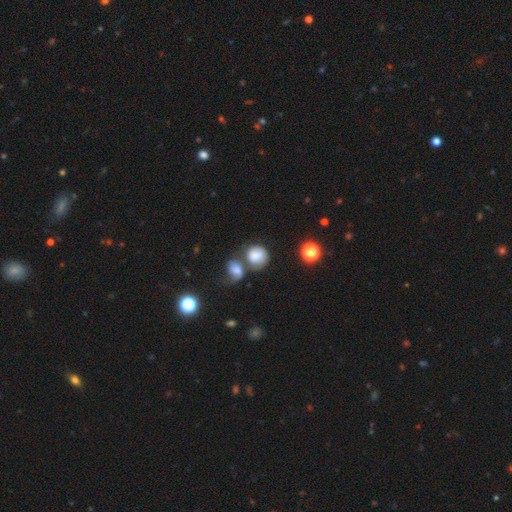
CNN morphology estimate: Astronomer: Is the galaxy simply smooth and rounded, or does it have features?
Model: smooth — 77%.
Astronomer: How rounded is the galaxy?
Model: round — 78%.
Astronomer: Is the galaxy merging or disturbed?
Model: merger — 40% (runner-up: none, 35%).